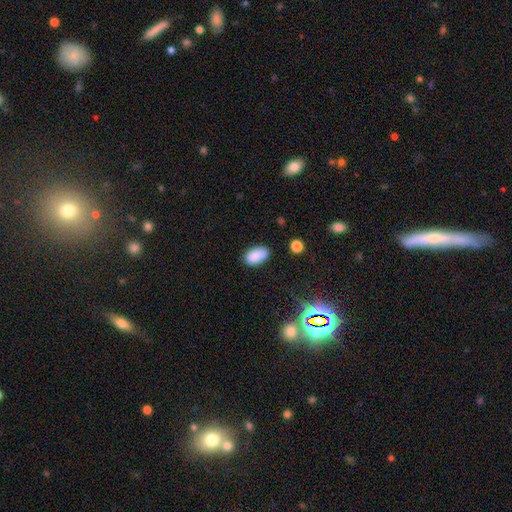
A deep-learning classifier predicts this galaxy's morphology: This is clearly a smooth galaxy (86%). How rounded: clearly in between (93%). Merging: likely none (79%).